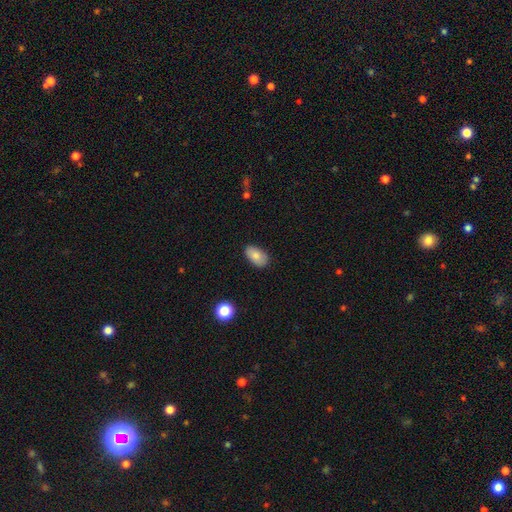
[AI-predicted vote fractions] A smooth galaxy with no disk features (83%) that is in between round and cigar-shaped (93%). Merging: none (82%).